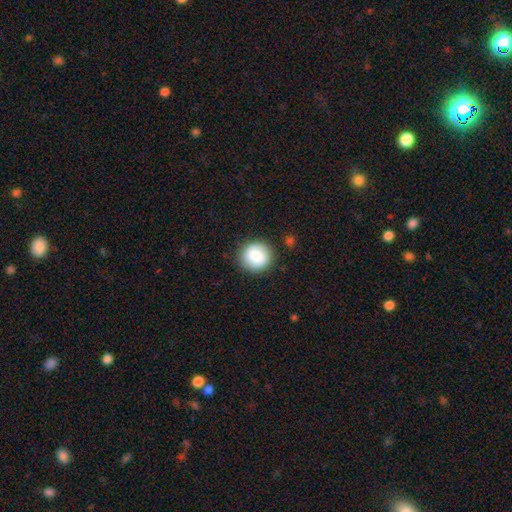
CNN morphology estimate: type=smooth (82%); roundness=round (92%); merging=none (88%).